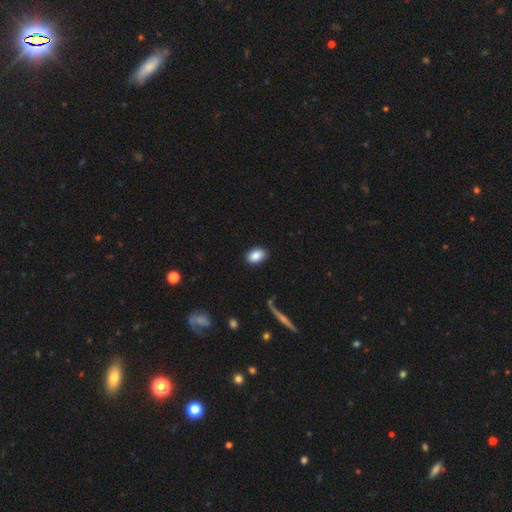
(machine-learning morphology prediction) This is clearly a smooth galaxy (87%). How rounded: clearly in between (86%). Merging: clearly none (86%).